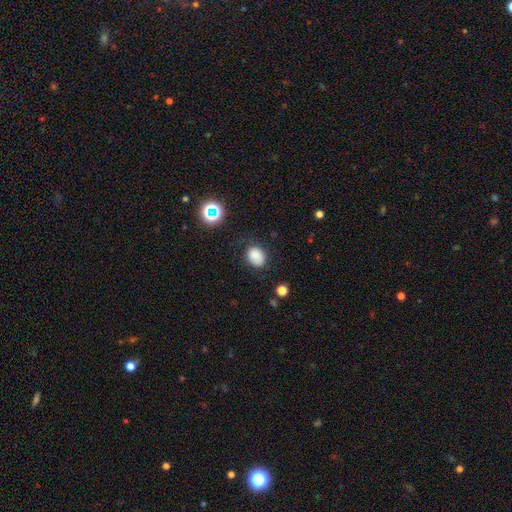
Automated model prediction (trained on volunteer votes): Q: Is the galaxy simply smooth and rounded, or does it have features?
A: smooth — 82%.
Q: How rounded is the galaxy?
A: in between — 55%.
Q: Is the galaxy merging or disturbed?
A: none — 70%.